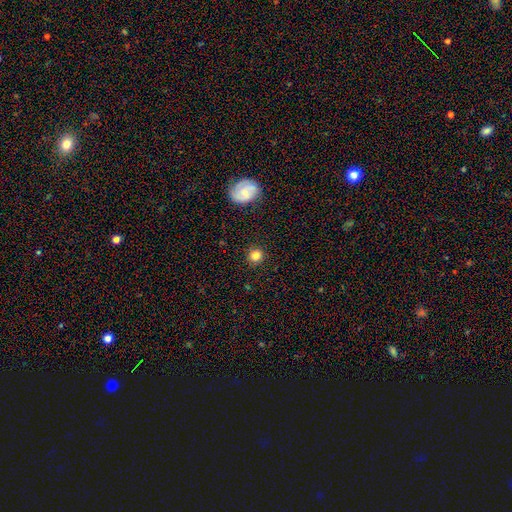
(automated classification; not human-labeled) A smooth galaxy with no disk features (83%) that is round (92%).

Vote fractions:
- Smooth or featured? smooth: 83% / star or artifact: 10% / featured or disk: 7%
- How rounded? round: 92% / in between: 7% / cigar-shaped: 1%
- Merging? none: 91% / minor disturbance: 6% / major disturbance: 2% / merger: 1%